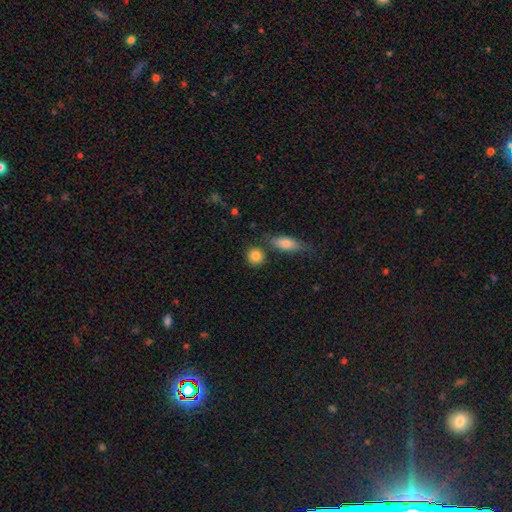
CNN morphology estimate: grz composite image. It shows a smooth galaxy with no disk features (85%) that is round (82%). Merging: none (77%).